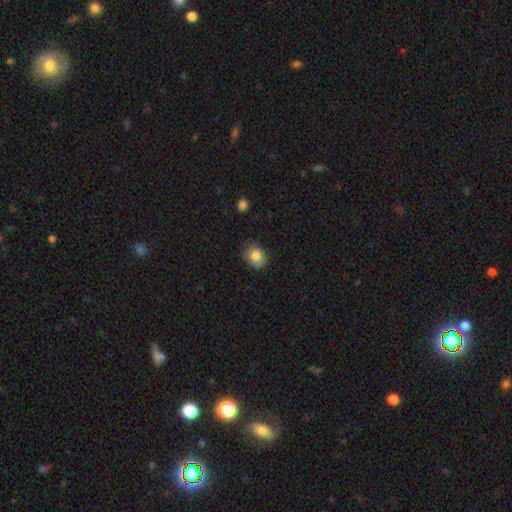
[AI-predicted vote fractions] A smooth galaxy with no disk features (83%) that is in between round and cigar-shaped (52%).

Vote fractions:
- Smooth or featured? smooth: 83% / star or artifact: 9% / featured or disk: 8%
- How rounded? in between: 52% / round: 47% / cigar-shaped: 1%
- Merging? none: 78% / minor disturbance: 18% / major disturbance: 3% / merger: 1%